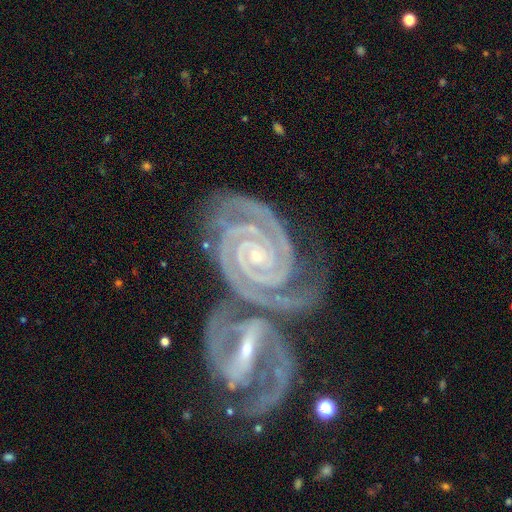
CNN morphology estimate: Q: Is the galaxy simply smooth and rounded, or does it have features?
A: featured or disk — 94%.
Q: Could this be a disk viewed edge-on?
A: no — 97%.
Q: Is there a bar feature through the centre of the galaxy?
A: strong — 38%.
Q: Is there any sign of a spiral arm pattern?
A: yes — 99%.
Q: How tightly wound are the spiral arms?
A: tight — 83%.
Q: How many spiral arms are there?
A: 2 — 66%.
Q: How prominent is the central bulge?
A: small — 80%.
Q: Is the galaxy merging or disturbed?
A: merger — 54%.